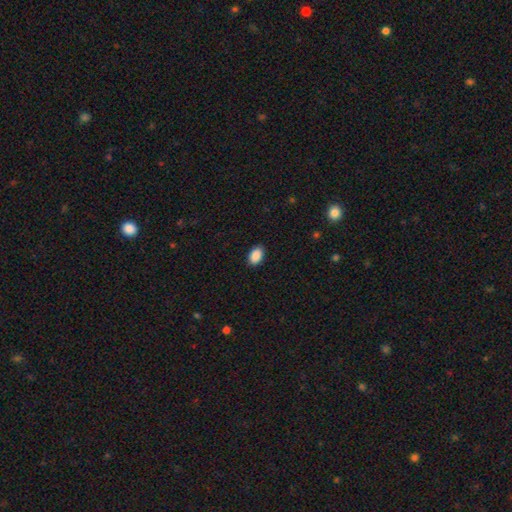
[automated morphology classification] type=smooth (90%); roundness=in between (90%); merging=none (90%).